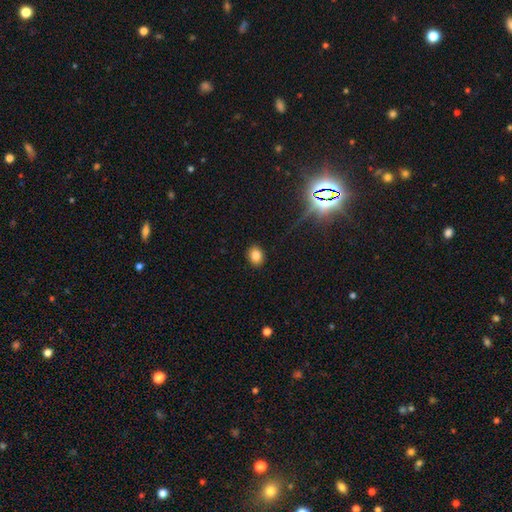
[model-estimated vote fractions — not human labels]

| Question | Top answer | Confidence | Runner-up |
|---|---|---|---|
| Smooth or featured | smooth | 82% | star or artifact (12%) |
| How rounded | round | 55% | in between (44%) |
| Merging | none | 90% | minor disturbance (7%) |